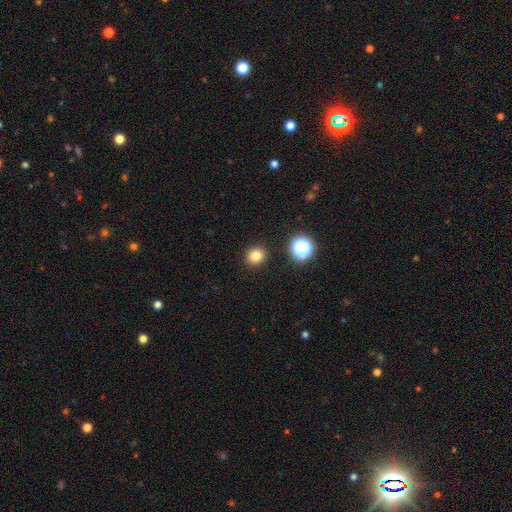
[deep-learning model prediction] Smooth or featured?
  - smooth: 80% *
  - star or artifact: 15%
  - featured or disk: 5%
How rounded?
  - round: 85% *
  - in between: 14%
  - cigar-shaped: 1%
Merging?
  - none: 91% *
  - minor disturbance: 6%
  - major disturbance: 2%
  - merger: 2%